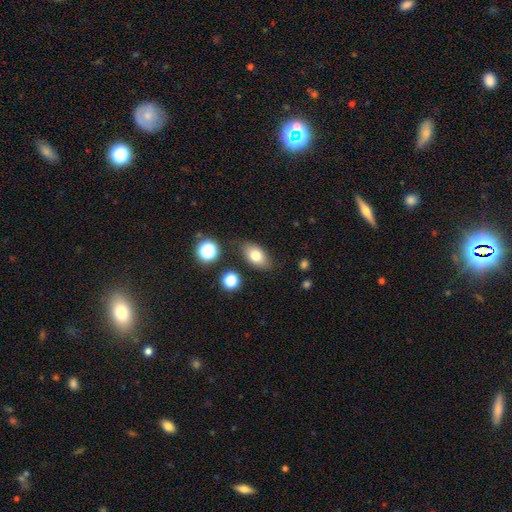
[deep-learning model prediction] Morphology: type=smooth (77%); roundness=in between (87%); merging=none (81%).